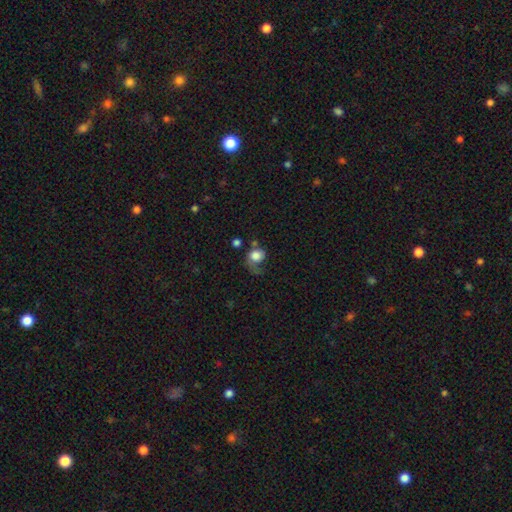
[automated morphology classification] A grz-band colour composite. It shows a smooth galaxy with no disk features (69%) that is round (63%). Merging: major disturbance (44%).